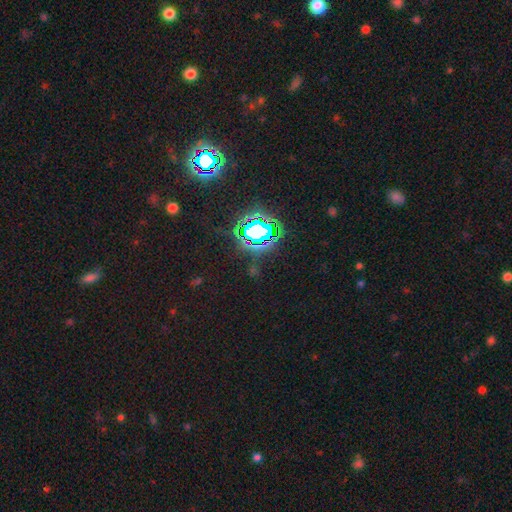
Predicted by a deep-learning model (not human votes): star or artifact 82%, smooth 12%, featured or disk 6%.